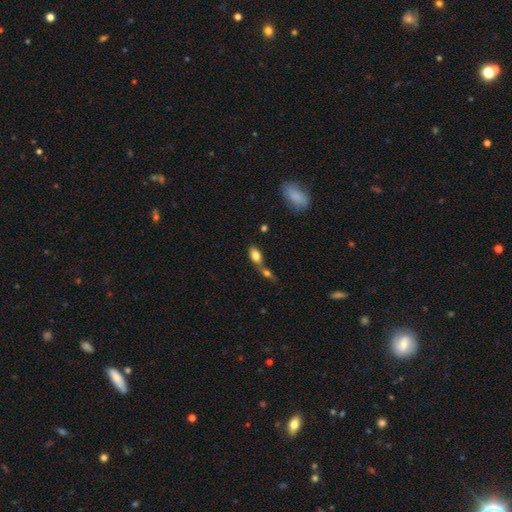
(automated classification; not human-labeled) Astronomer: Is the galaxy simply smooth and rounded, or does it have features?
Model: smooth — 80%.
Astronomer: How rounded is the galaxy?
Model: in between — 86%.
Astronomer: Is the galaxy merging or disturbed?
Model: merger — 55% (runner-up: none, 31%).